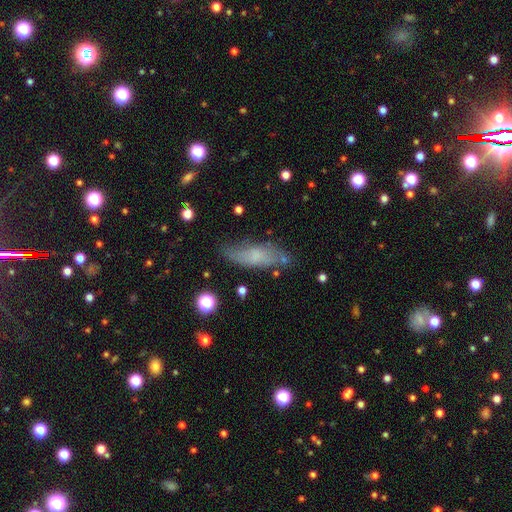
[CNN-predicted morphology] A smooth galaxy with no disk features (59%) that is in between round and cigar-shaped (55%). Merging: none (65%).